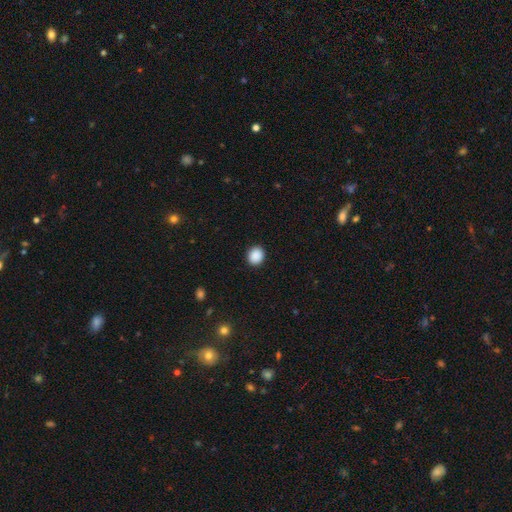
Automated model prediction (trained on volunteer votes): smooth_or_featured: smooth (p=0.90) [alt: star or artifact p=0.08]
how_rounded: round (p=0.73) [alt: in between p=0.26]
merging: none (p=0.92) [alt: minor disturbance p=0.06]